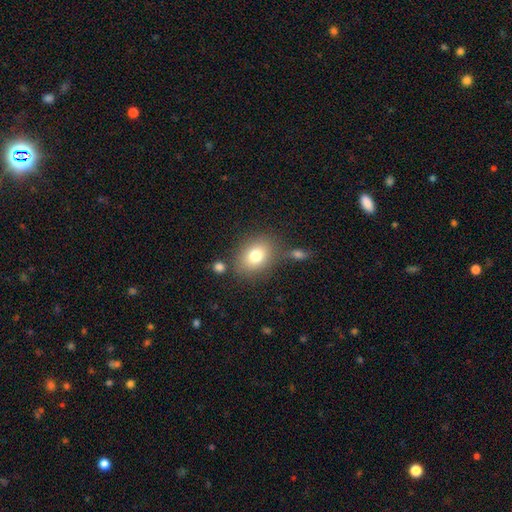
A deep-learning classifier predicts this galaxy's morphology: Overall: smooth (78%). How rounded: in between (65%; round 34%). Merging: none (73%).